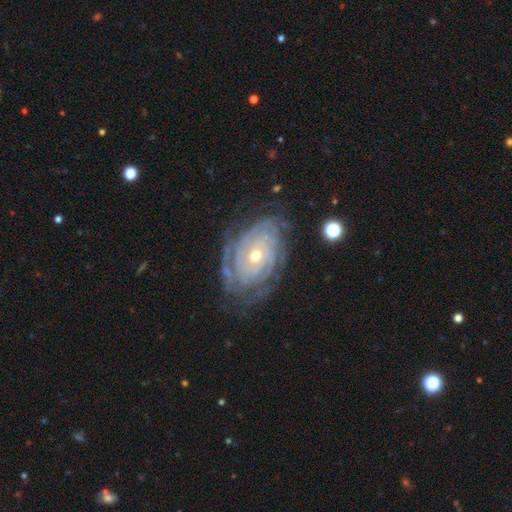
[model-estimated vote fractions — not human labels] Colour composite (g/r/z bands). It shows a featured or disk galaxy (87%) with no bar (77%), tight (82%) spiral arms (95%) and a moderate central bulge (51%). Merging: none (71%).